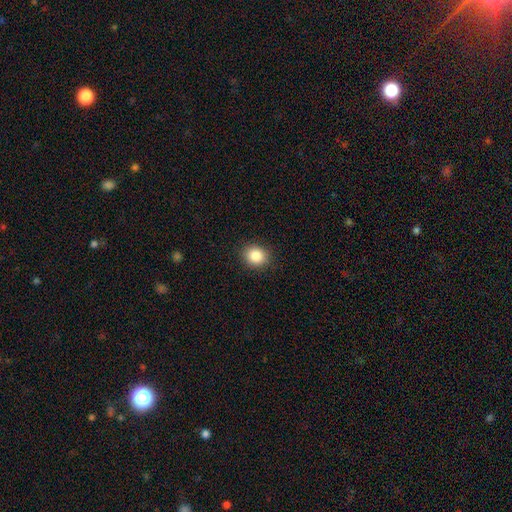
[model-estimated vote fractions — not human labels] Smooth or featured?
  - smooth: 85% *
  - star or artifact: 10%
  - featured or disk: 5%
How rounded?
  - round: 67% *
  - in between: 33%
  - cigar-shaped: 1%
Merging?
  - none: 90% *
  - minor disturbance: 7%
  - major disturbance: 2%
  - merger: 1%